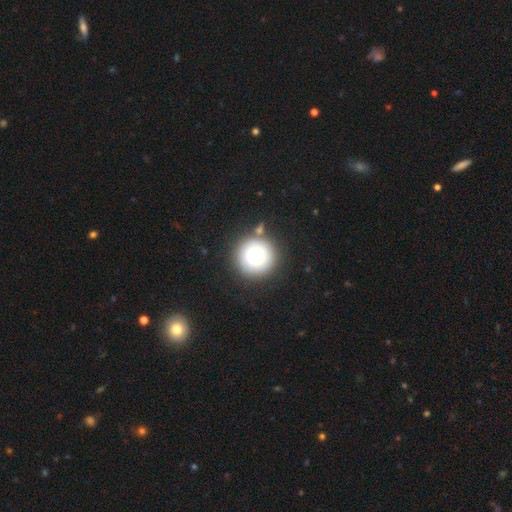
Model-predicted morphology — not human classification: A smooth galaxy with no disk features (75%) that is round (96%).

Vote fractions:
- Smooth or featured? smooth: 75% / featured or disk: 15% / star or artifact: 10%
- How rounded? round: 96% / in between: 3% / cigar-shaped: 1%
- Merging? none: 81% / minor disturbance: 9% / merger: 6% / major disturbance: 4%